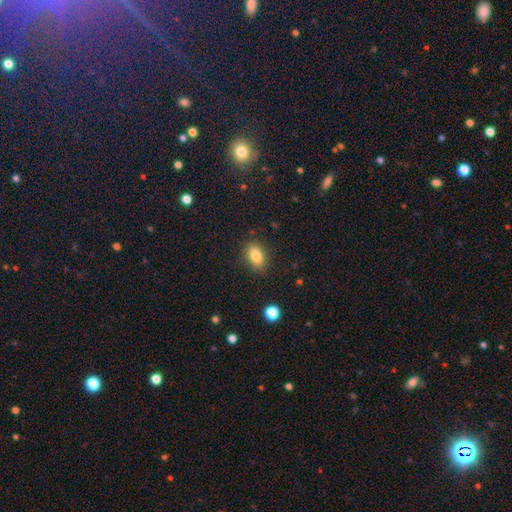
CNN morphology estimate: Q: Smooth or featured?
A: smooth (84%); runner-up: star or artifact (9%)
Q: How rounded?
A: in between (86%); runner-up: round (11%)
Q: Merging?
A: none (85%); runner-up: minor disturbance (11%)